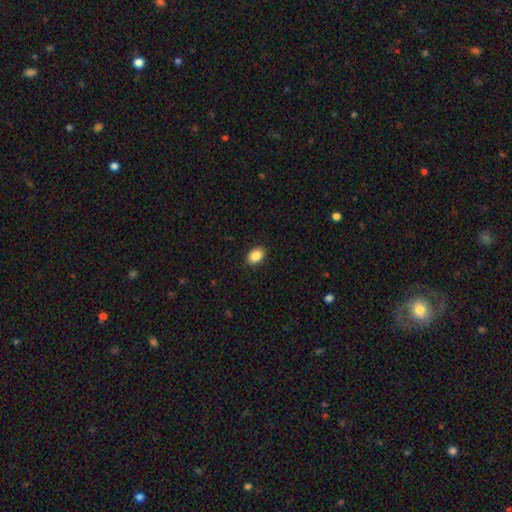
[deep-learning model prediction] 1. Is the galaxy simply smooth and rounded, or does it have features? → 87% smooth, 8% star or artifact, 5% featured or disk.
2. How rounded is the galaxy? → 77% in between, 22% round, 1% cigar-shaped.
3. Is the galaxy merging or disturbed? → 90% none, 7% minor disturbance, 2% major disturbance, 1% merger.